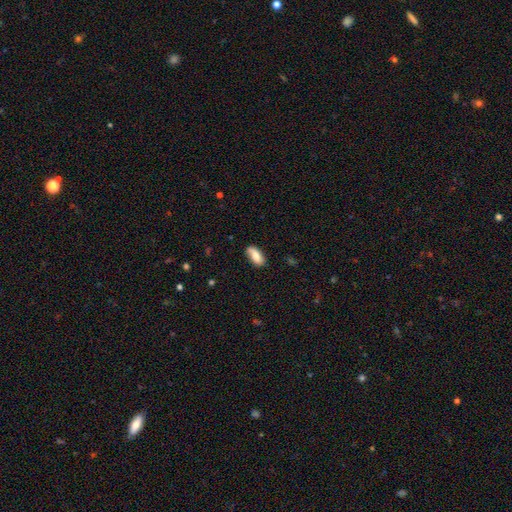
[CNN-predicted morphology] Smooth or featured?
  - smooth: 76% *
  - featured or disk: 17%
  - star or artifact: 7%
How rounded?
  - in between: 89% *
  - cigar-shaped: 9%
  - round: 3%
Merging?
  - none: 74% *
  - minor disturbance: 20%
  - major disturbance: 4%
  - merger: 2%